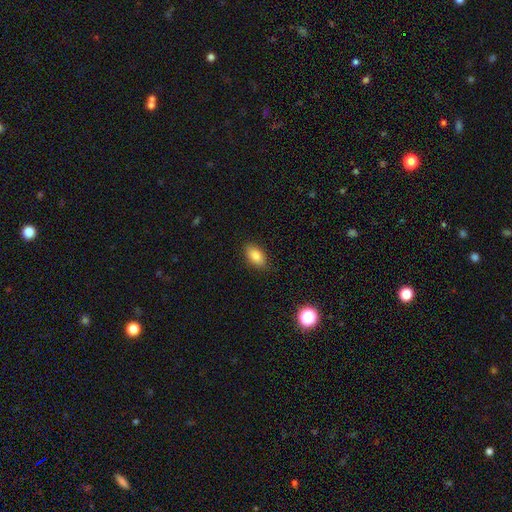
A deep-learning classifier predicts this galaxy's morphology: Overall: smooth (86%). How rounded: in between (90%). Merging: none (85%).